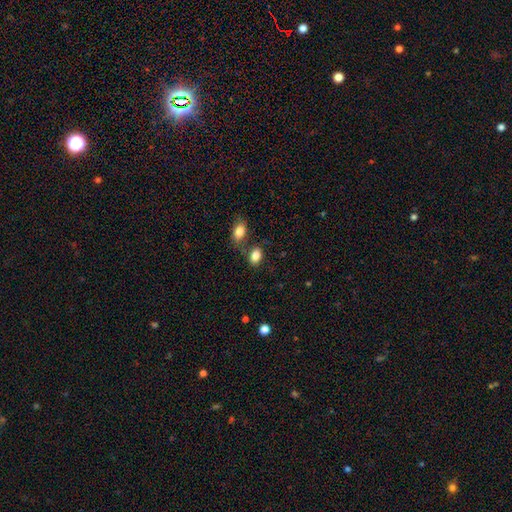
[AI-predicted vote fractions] smooth_or_featured: smooth (p=0.83) [alt: star or artifact p=0.09]
how_rounded: in between (p=0.85) [alt: round p=0.13]
merging: none (p=0.62) [alt: merger p=0.21]